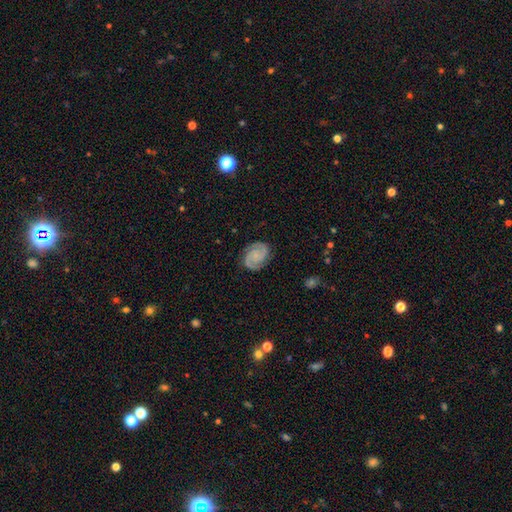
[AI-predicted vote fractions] Overall: featured or disk (86%). Edge-on disk: no (98%). Bar: no (65%; weak 29%). Spiral arms: yes (98%). Spiral arm count: 2 (91%). Spiral winding: tight (50%; medium 42%). Bulge size: small (43%; none 41%). Merging: none (85%).